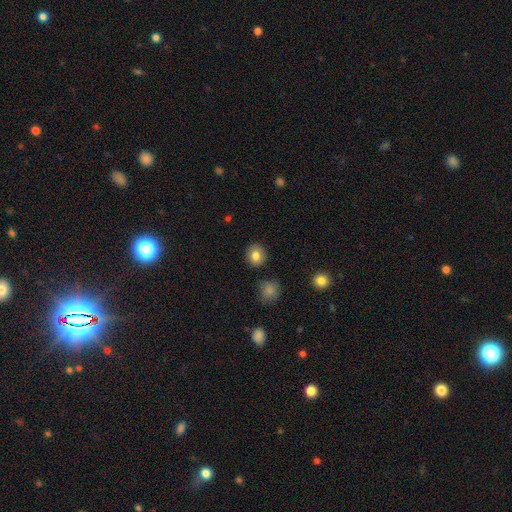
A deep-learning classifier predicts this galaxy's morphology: smooth-or-featured: smooth: 82% | star or artifact: 9% | featured or disk: 8%
  how-rounded: round: 80% | in between: 19% | cigar-shaped: 1%
  merging: none: 89% | minor disturbance: 7% | merger: 2% | major disturbance: 2%